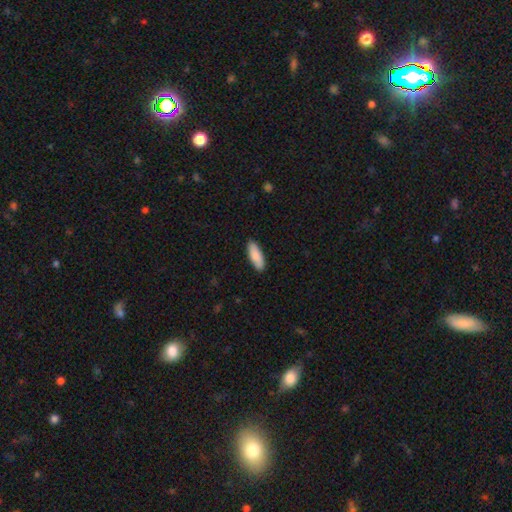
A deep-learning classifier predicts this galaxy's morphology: Q: Smooth or featured?
A: smooth (84%); runner-up: featured or disk (10%)
Q: How rounded?
A: in between (64%); runner-up: cigar-shaped (34%)
Q: Merging?
A: none (88%); runner-up: minor disturbance (9%)